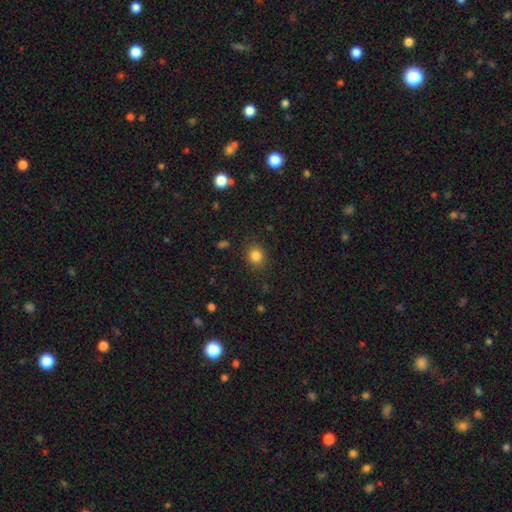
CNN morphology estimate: Smooth or featured?
  - smooth: 84% *
  - star or artifact: 11%
  - featured or disk: 5%
How rounded?
  - round: 71% *
  - in between: 28%
  - cigar-shaped: 1%
Merging?
  - none: 87% *
  - minor disturbance: 9%
  - major disturbance: 3%
  - merger: 1%